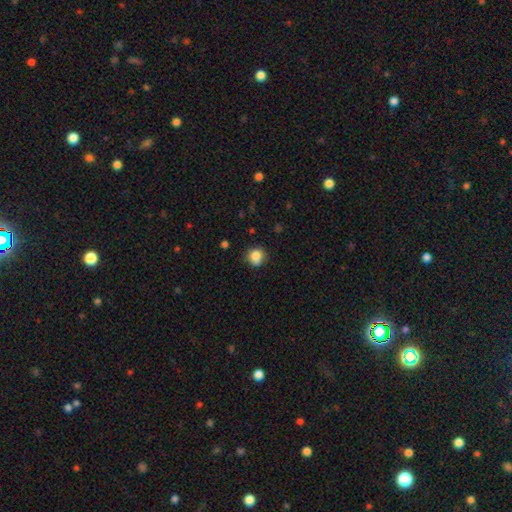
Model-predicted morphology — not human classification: A smooth galaxy with no disk features (81%) that is round (83%).

Vote fractions:
- Smooth or featured? smooth: 81% / star or artifact: 11% / featured or disk: 8%
- How rounded? round: 83% / in between: 16% / cigar-shaped: 1%
- Merging? none: 67% / minor disturbance: 21% / merger: 7% / major disturbance: 5%